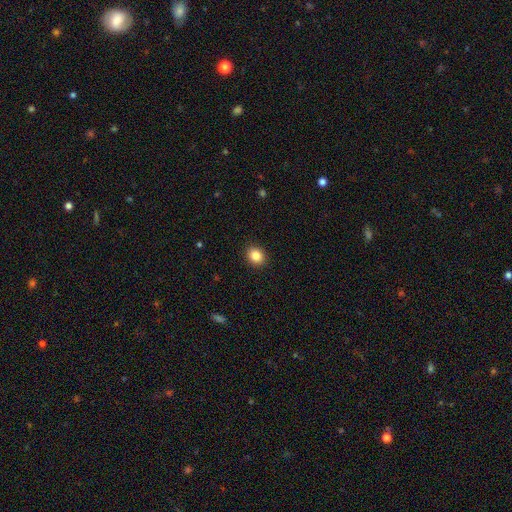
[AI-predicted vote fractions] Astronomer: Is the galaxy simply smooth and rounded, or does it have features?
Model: smooth — 85%.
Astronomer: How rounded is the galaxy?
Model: round — 65%.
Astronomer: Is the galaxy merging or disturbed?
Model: none — 91%.